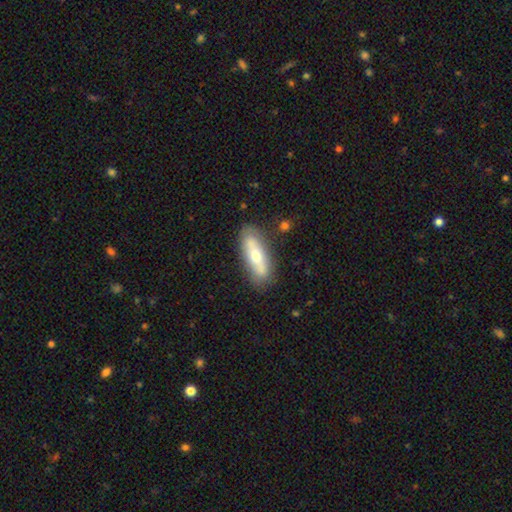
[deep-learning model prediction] smooth-or-featured: smooth: 49% | featured or disk: 45% | star or artifact: 6%
  merging: none: 81% | minor disturbance: 13% | major disturbance: 3% | merger: 3%